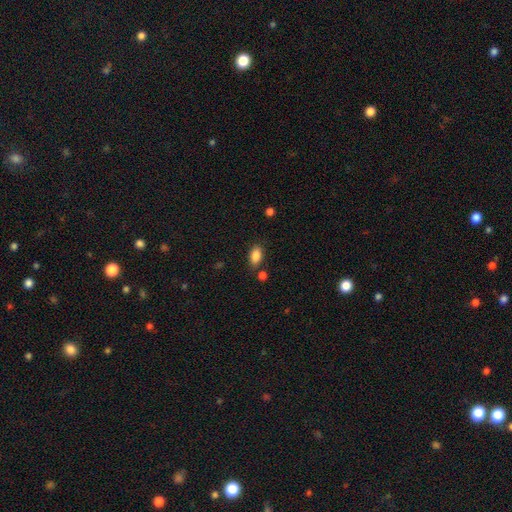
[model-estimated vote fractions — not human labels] smooth-or-featured: smooth: 87% | star or artifact: 8% | featured or disk: 5%
  how-rounded: in between: 90% | round: 6% | cigar-shaped: 4%
  merging: none: 78% | minor disturbance: 13% | merger: 6% | major disturbance: 3%